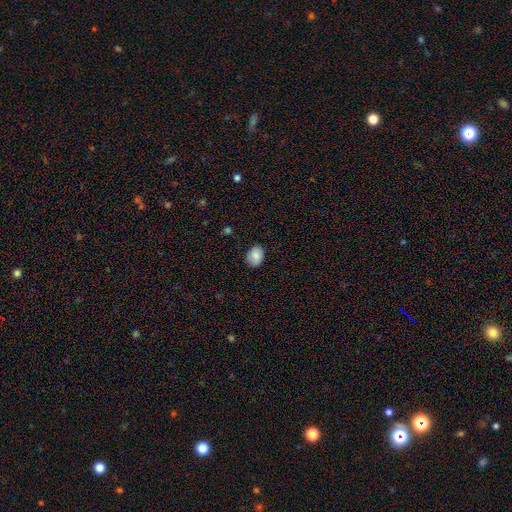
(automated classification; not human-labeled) smooth_or_featured: smooth (p=0.85) [alt: star or artifact p=0.07]
how_rounded: in between (p=0.64) [alt: round p=0.35]
merging: none (p=0.82) [alt: minor disturbance p=0.14]